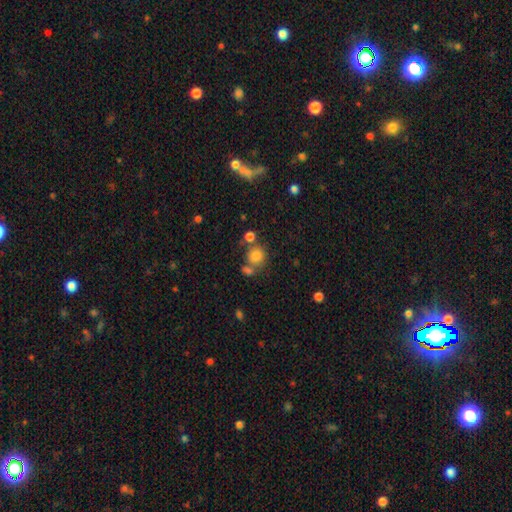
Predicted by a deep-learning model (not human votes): Smooth or featured: smooth — 80% (star or artifact — 12%)
How rounded: round — 86% (in between — 13%)
Merging: none — 58% (merger — 26%)